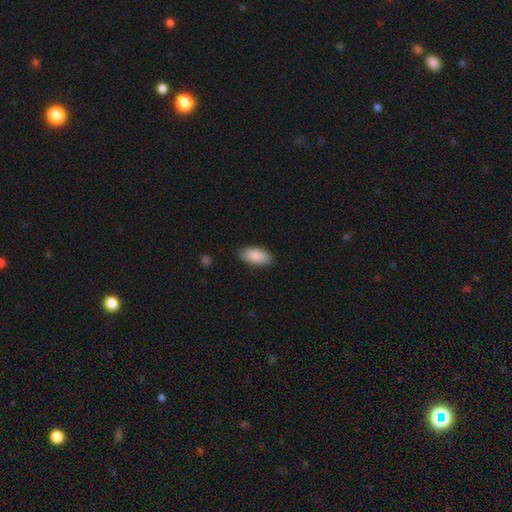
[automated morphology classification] Smooth or featured: smooth — 90% (star or artifact — 6%)
How rounded: in between — 92% (cigar-shaped — 6%)
Merging: none — 86% (minor disturbance — 10%)